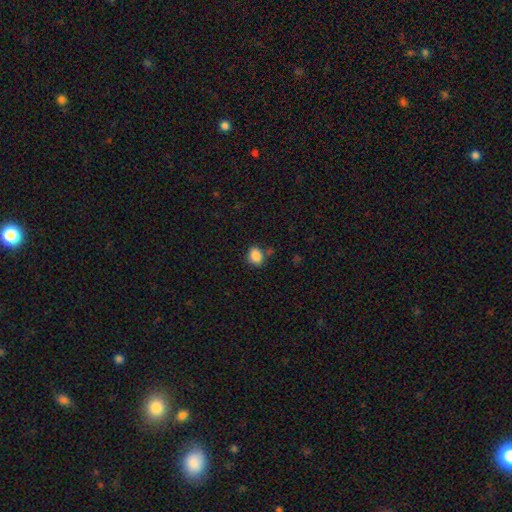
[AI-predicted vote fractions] Smooth or featured? smooth (87%)
How rounded? in between (52%)
Merging? none (73%)